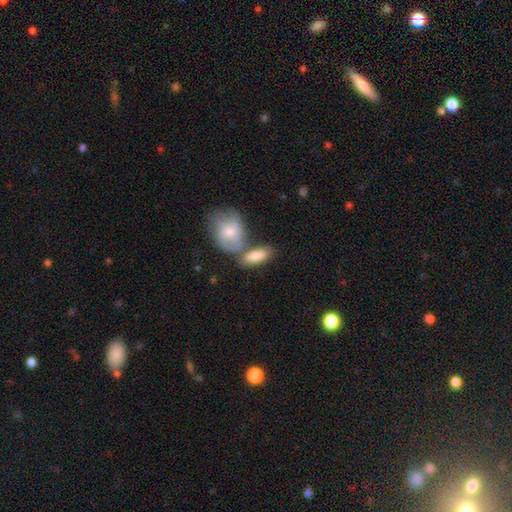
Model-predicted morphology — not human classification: This appears to be a smooth galaxy with no disk features (78%) that is in between round and cigar-shaped (84%). Merging: none (40%).